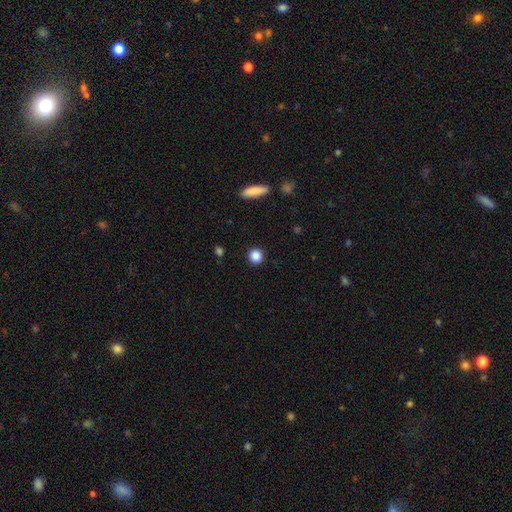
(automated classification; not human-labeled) Overall: smooth (86%). How rounded: round (90%). Merging: none (92%).